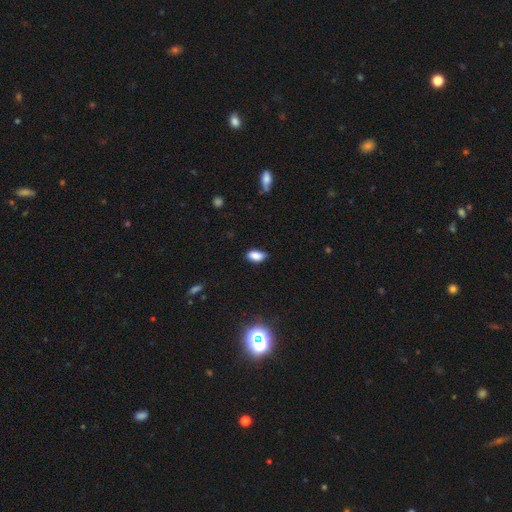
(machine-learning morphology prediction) A smooth galaxy with no disk features (85%) that is in between round and cigar-shaped (90%). Merging: none (71%).